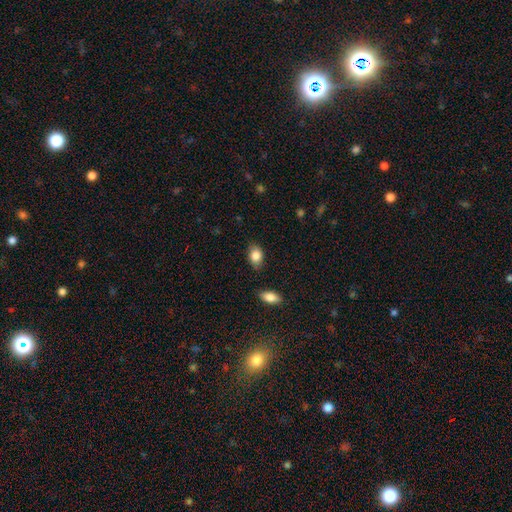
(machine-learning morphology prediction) type=smooth (84%); roundness=in between (80%); merging=none (80%).